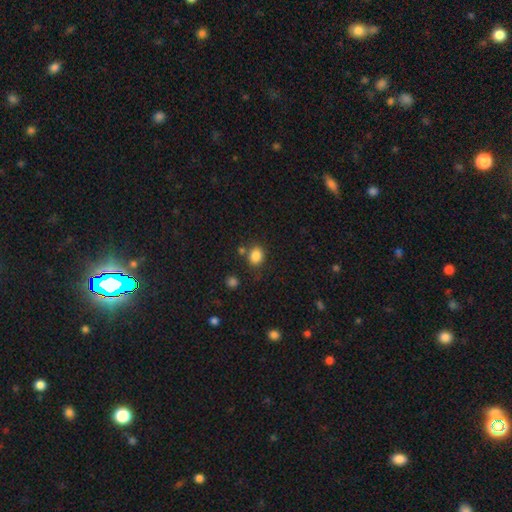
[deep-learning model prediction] smooth 85%, star or artifact 11%, featured or disk 5%. Down the decision tree: how rounded — round (57%); merging — none (73%).